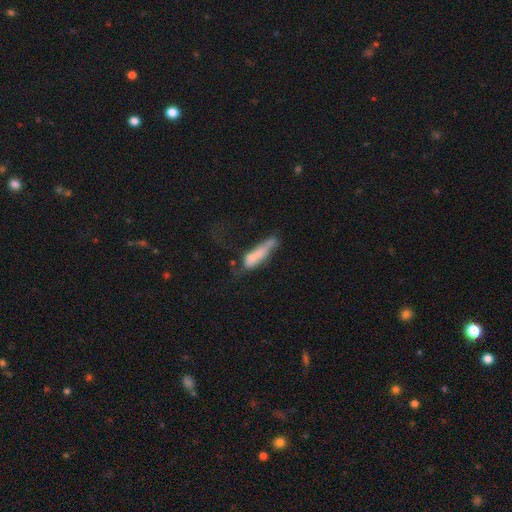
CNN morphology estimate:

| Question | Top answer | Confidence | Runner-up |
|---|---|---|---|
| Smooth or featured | smooth | 61% | featured or disk (29%) |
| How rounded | cigar-shaped | 73% | in between (25%) |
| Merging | major disturbance | 29% | none (28%) |